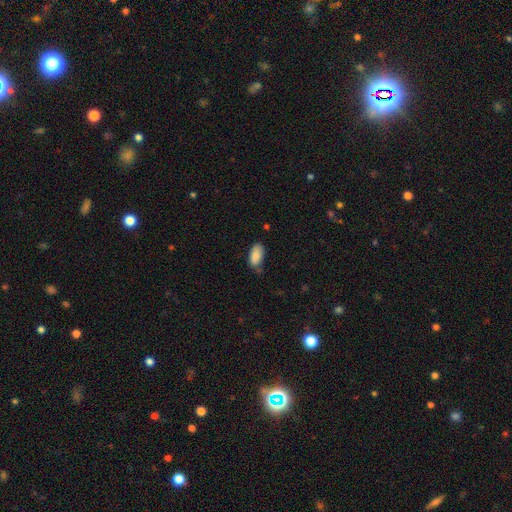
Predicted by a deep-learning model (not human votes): Q: Smooth or featured?
A: smooth (87%); runner-up: star or artifact (7%)
Q: How rounded?
A: in between (94%); runner-up: cigar-shaped (4%)
Q: Merging?
A: none (66%); runner-up: minor disturbance (27%)